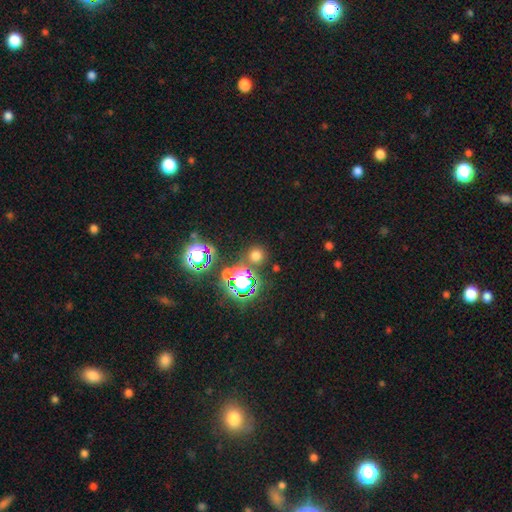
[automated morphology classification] smooth_or_featured: smooth (p=0.60) [alt: star or artifact p=0.34]
how_rounded: round (p=0.92) [alt: in between p=0.07]
merging: none (p=0.80) [alt: merger p=0.08]